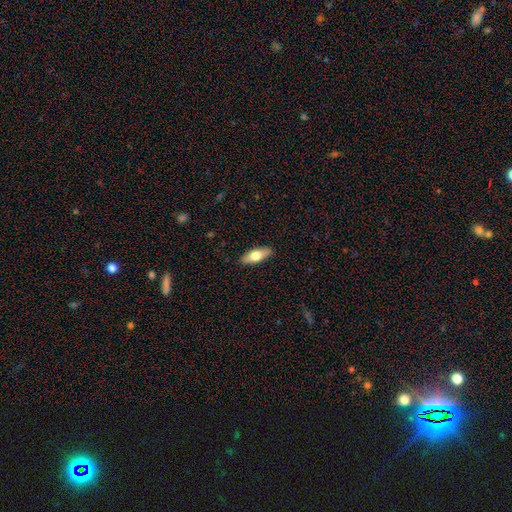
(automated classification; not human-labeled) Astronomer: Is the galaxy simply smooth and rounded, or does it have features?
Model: smooth — 66%.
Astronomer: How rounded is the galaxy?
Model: in between — 68%.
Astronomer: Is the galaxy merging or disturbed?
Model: none — 88%.